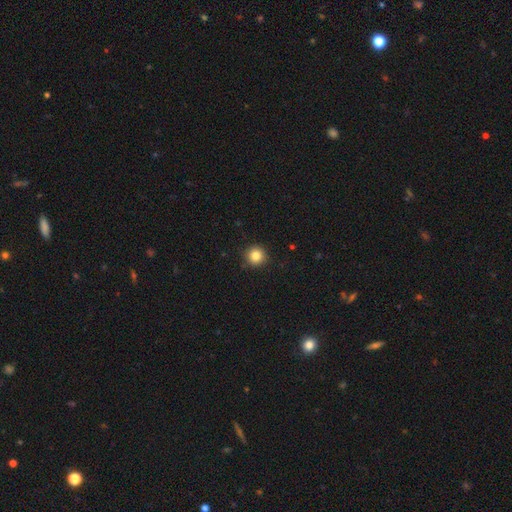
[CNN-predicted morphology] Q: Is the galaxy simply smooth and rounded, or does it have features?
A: smooth — 84%.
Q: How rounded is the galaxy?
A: round — 94%.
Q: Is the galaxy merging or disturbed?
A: none — 90%.